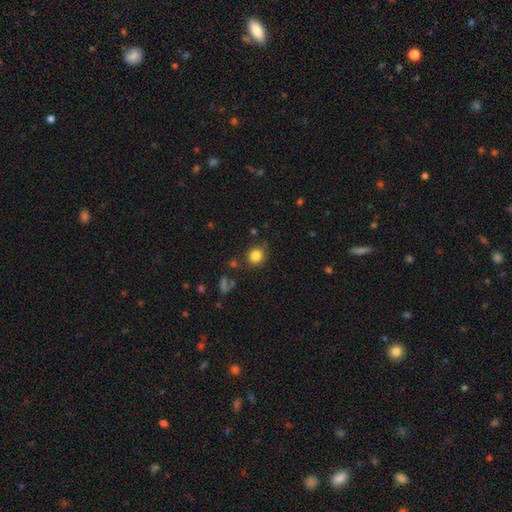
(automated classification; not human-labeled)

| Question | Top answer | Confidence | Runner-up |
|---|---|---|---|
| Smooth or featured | smooth | 83% | star or artifact (11%) |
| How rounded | round | 86% | in between (13%) |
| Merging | none | 80% | minor disturbance (12%) |